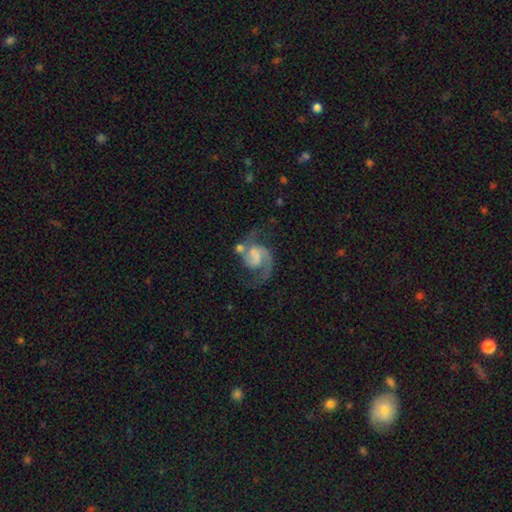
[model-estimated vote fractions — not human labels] featured or disk 89%, smooth 6%, star or artifact 5%. Down the decision tree: edge-on disk — no (98%); bar — no (47%); spiral arms — yes (97%); spiral arm count — 2 (91%); spiral winding — medium (55%); bulge size — none (42%); merging — none (58%).